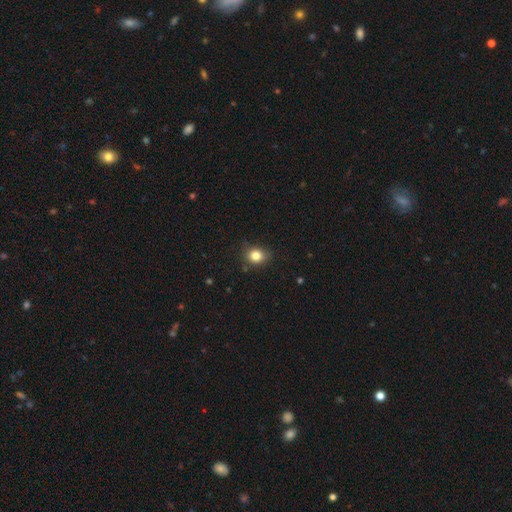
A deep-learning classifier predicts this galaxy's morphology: Smooth or featured? Predicted: smooth (p=0.83). How rounded? Predicted: round (p=0.66). Merging? Predicted: none (p=0.80).